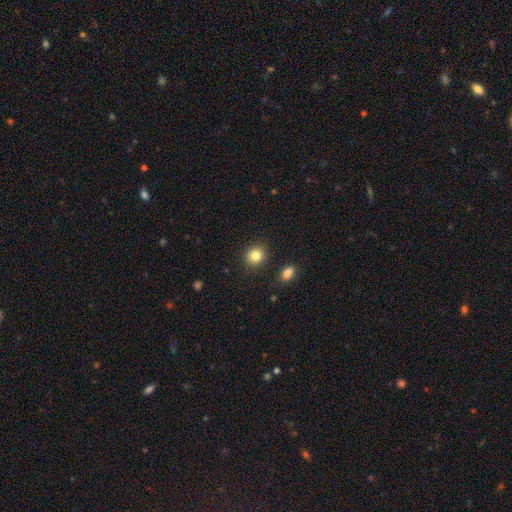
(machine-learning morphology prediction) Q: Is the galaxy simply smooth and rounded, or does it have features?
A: smooth — 83%.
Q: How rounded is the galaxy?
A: round — 75%.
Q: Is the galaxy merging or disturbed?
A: none — 87%.